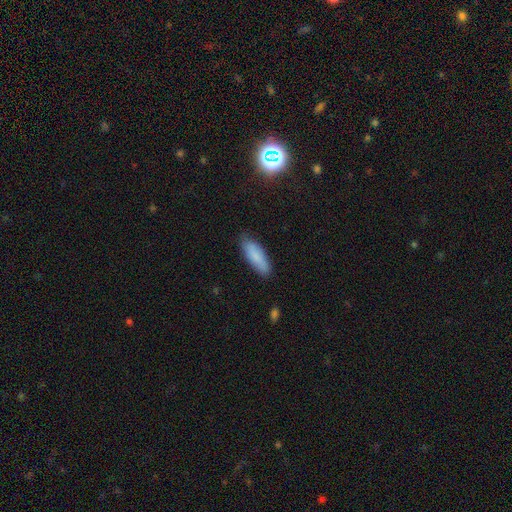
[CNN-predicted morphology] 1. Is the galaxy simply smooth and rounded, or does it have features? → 83% smooth, 10% featured or disk, 6% star or artifact.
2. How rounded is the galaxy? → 51% in between, 48% cigar-shaped, 2% round.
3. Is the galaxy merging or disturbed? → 81% none, 15% minor disturbance, 3% major disturbance, 1% merger.